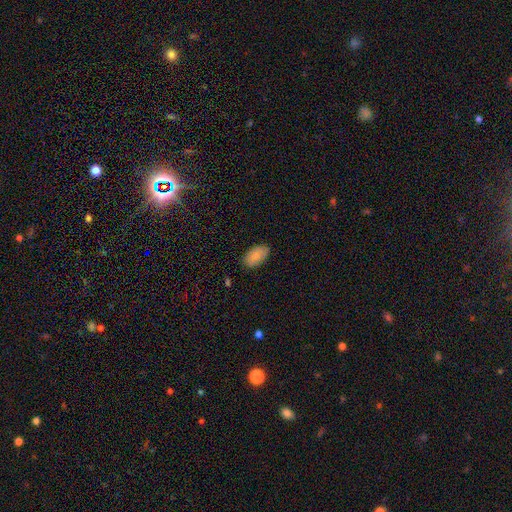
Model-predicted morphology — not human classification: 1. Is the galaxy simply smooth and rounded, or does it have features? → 79% smooth, 14% featured or disk, 7% star or artifact.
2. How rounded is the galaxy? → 94% in between, 5% round, 1% cigar-shaped.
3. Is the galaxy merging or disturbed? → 83% none, 14% minor disturbance, 2% major disturbance, 1% merger.